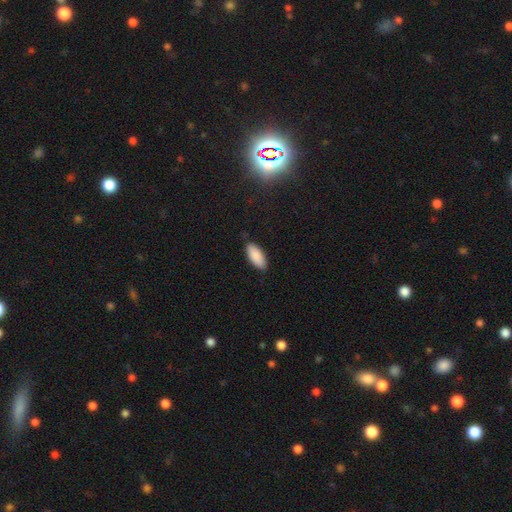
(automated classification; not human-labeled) A smooth galaxy with no disk features (90%) that is in between round and cigar-shaped (85%).

Vote fractions:
- Smooth or featured? smooth: 90% / star or artifact: 6% / featured or disk: 4%
- How rounded? in between: 85% / cigar-shaped: 13% / round: 2%
- Merging? none: 87% / minor disturbance: 10% / major disturbance: 2% / merger: 1%